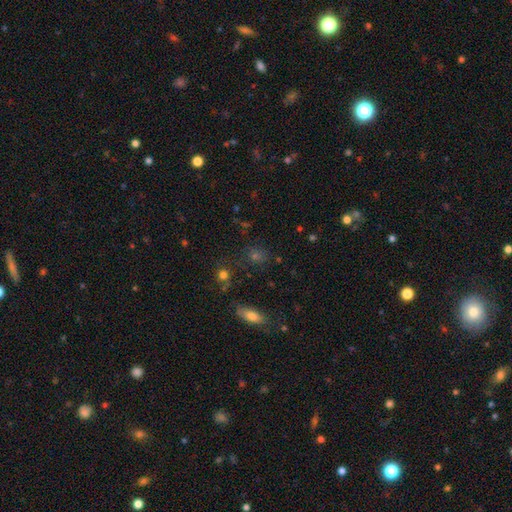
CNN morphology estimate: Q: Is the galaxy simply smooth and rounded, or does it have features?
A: smooth — 53%.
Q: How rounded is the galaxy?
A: round — 68%.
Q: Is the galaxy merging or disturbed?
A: none — 77%.